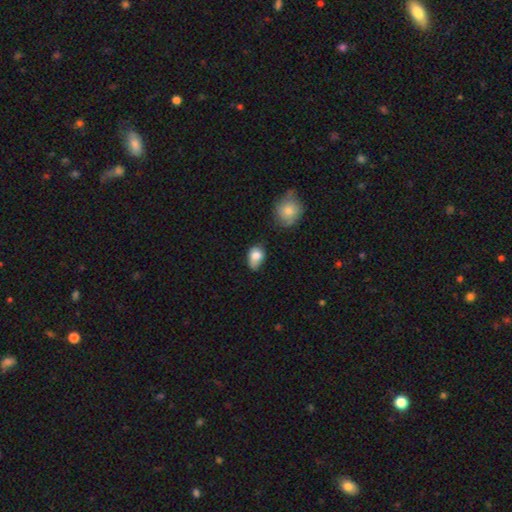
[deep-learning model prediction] This is likely a smooth galaxy (78%). How rounded: likely in between (74%). Merging: marginally minor disturbance (40%).